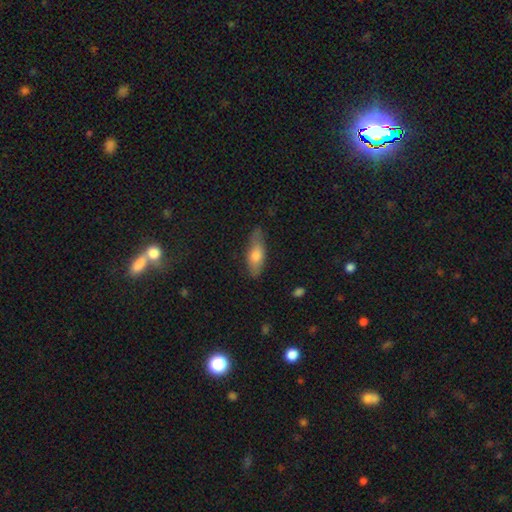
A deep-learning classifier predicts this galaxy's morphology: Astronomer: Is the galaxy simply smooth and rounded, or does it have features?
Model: smooth — 64%.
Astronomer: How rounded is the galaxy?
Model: in between — 55% (runner-up: cigar-shaped, 42%).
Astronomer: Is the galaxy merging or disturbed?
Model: none — 78%.